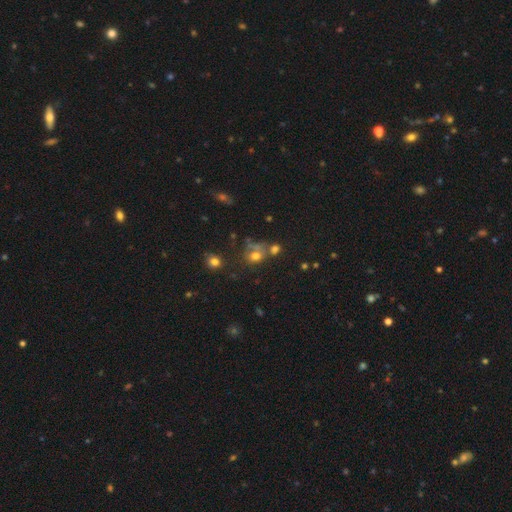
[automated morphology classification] A smooth galaxy with no disk features (65%) that is round (60%).

Vote fractions:
- Smooth or featured? smooth: 65% / star or artifact: 20% / featured or disk: 14%
- How rounded? round: 60% / in between: 38% / cigar-shaped: 1%
- Merging? none: 41% / merger: 33% / minor disturbance: 15% / major disturbance: 11%